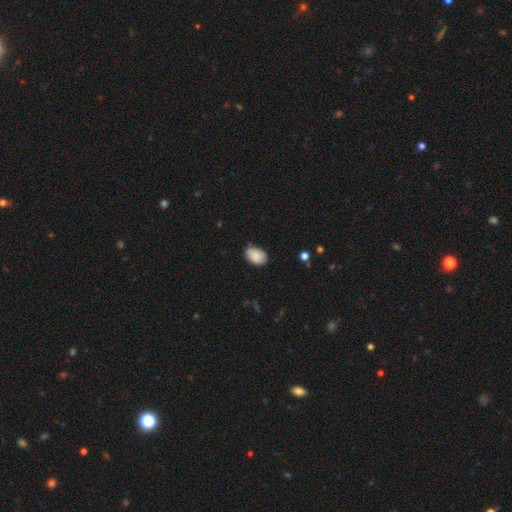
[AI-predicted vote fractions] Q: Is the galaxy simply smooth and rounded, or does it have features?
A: smooth — 84%.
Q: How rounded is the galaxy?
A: in between — 84%.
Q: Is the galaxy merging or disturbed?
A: none — 71%.